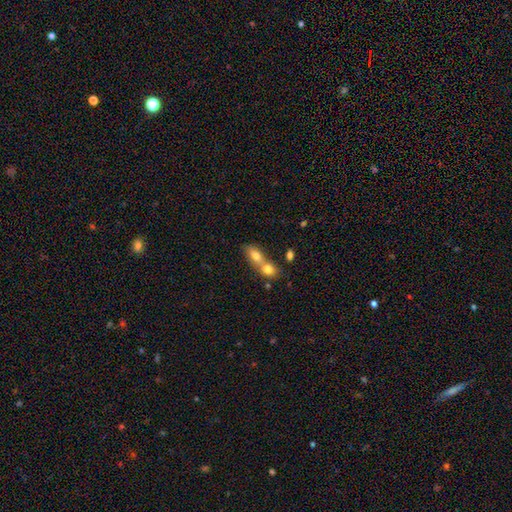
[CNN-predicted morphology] type=smooth (74%); roundness=in between (72%); merging=merger (69%).